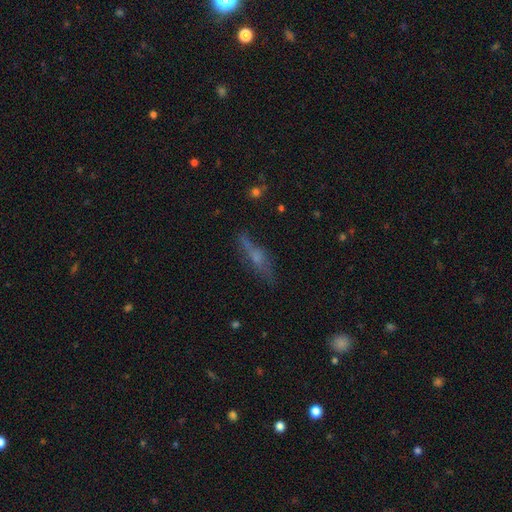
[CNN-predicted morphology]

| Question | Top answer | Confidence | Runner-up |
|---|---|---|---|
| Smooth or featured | featured or disk | 46% | smooth (39%) |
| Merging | none | 65% | minor disturbance (21%) |